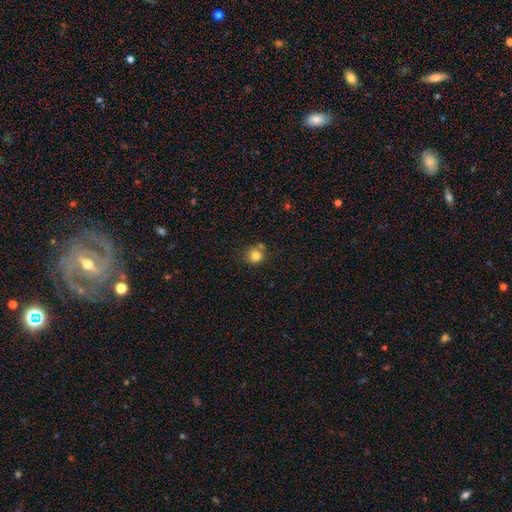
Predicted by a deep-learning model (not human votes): Smooth or featured? smooth (81%)
How rounded? round (89%)
Merging? none (66%)